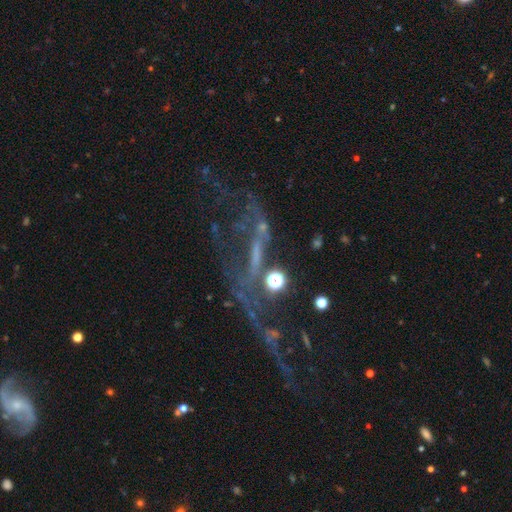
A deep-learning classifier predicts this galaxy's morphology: This appears to be a featured or disk galaxy (63%) with no bar (50%), spiral arms (58%) and a small central bulge (40%). Merging: major disturbance (42%).